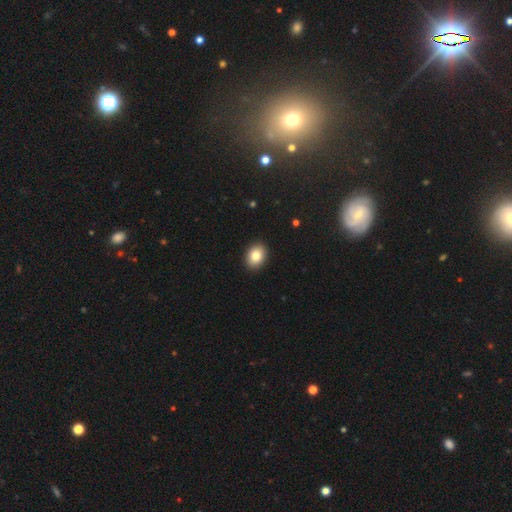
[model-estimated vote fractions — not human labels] Smooth or featured?
  - smooth: 83% *
  - star or artifact: 8%
  - featured or disk: 8%
How rounded?
  - in between: 69% *
  - round: 30%
  - cigar-shaped: 1%
Merging?
  - none: 91% *
  - minor disturbance: 6%
  - major disturbance: 2%
  - merger: 1%